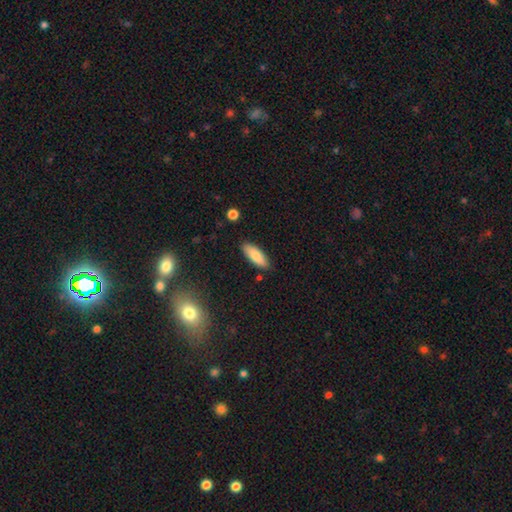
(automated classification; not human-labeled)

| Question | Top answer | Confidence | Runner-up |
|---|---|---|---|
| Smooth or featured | smooth | 82% | featured or disk (11%) |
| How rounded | in between | 68% | cigar-shaped (30%) |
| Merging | none | 87% | minor disturbance (10%) |